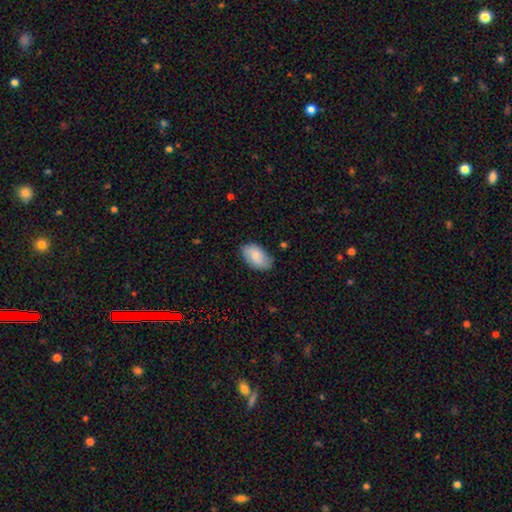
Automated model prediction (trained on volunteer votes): Q: Smooth or featured?
A: smooth (80%); runner-up: featured or disk (14%)
Q: How rounded?
A: in between (94%); runner-up: round (5%)
Q: Merging?
A: none (79%); runner-up: minor disturbance (17%)